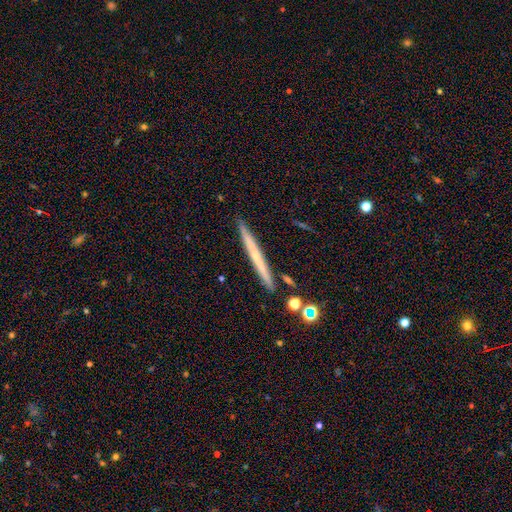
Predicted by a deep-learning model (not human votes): Smooth or featured?
  - featured or disk: 49% *
  - smooth: 44%
  - star or artifact: 7%
Merging?
  - none: 90% *
  - minor disturbance: 7%
  - merger: 2%
  - major disturbance: 1%